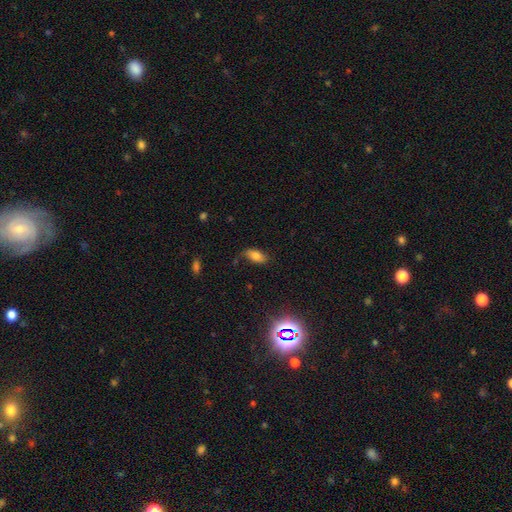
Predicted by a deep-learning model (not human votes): Smooth or featured?
  - smooth: 76% *
  - star or artifact: 12%
  - featured or disk: 12%
How rounded?
  - in between: 89% *
  - cigar-shaped: 8%
  - round: 4%
Merging?
  - none: 71% *
  - minor disturbance: 21%
  - major disturbance: 5%
  - merger: 2%